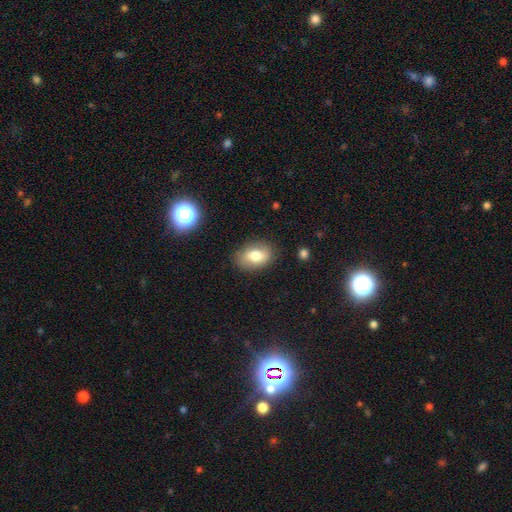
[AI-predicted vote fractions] A smooth galaxy with no disk features (73%) that is in between round and cigar-shaped (81%). Merging: none (83%).